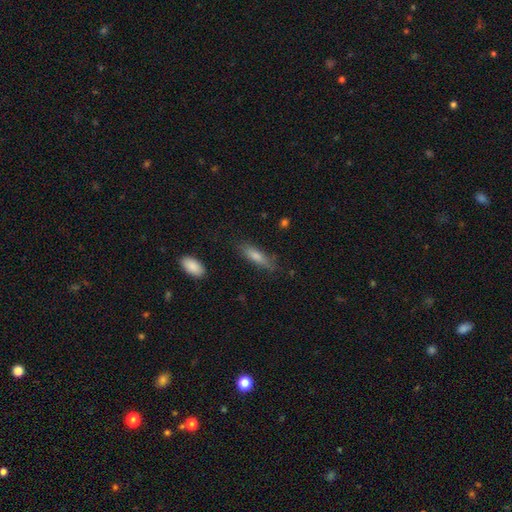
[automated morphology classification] Q: Smooth or featured?
A: smooth (69%); runner-up: featured or disk (23%)
Q: How rounded?
A: cigar-shaped (67%); runner-up: in between (31%)
Q: Merging?
A: none (78%); runner-up: minor disturbance (16%)